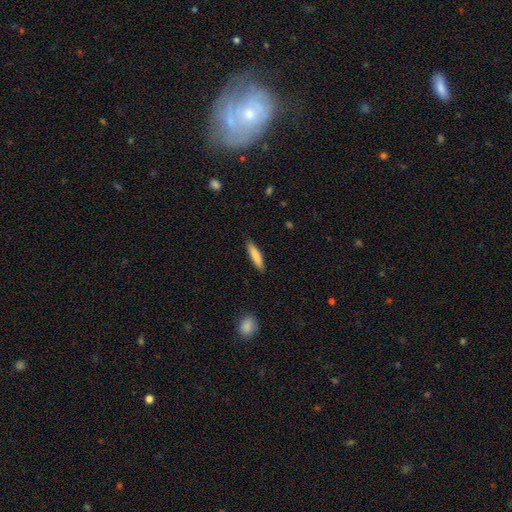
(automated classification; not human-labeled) Smooth or featured? Predicted: smooth (p=0.83). How rounded? Predicted: cigar-shaped (p=0.83). Merging? Predicted: none (p=0.89).